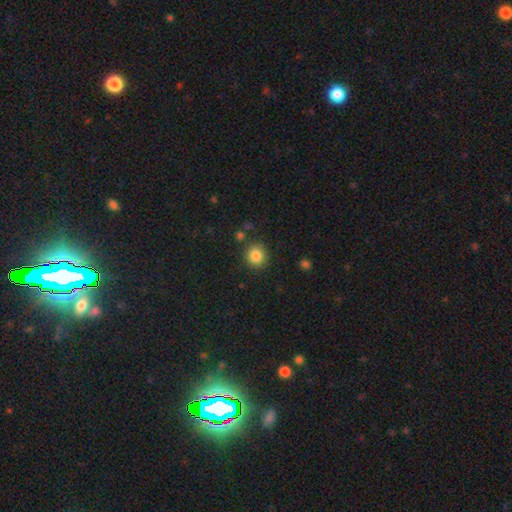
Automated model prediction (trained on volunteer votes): Morphology: type=smooth (85%); roundness=round (86%); merging=none (85%).